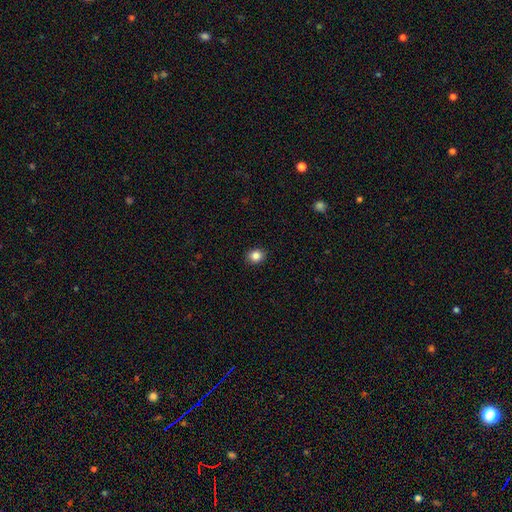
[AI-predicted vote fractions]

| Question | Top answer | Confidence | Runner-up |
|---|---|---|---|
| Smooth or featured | smooth | 85% | star or artifact (10%) |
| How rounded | round | 68% | in between (31%) |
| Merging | none | 89% | minor disturbance (8%) |